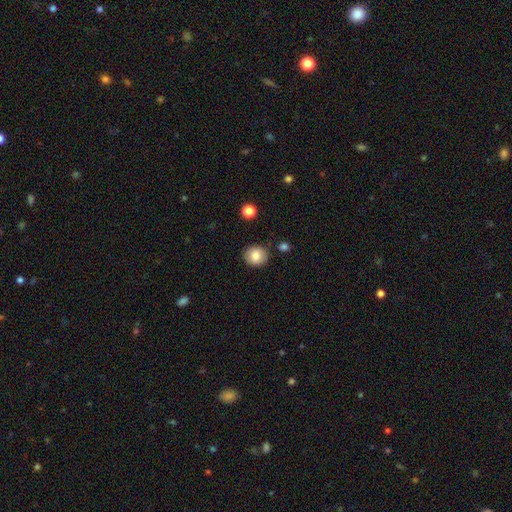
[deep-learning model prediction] A smooth galaxy with no disk features (84%) that is round (86%).

Vote fractions:
- Smooth or featured? smooth: 84% / star or artifact: 9% / featured or disk: 7%
- How rounded? round: 86% / in between: 13% / cigar-shaped: 1%
- Merging? none: 86% / minor disturbance: 9% / merger: 3% / major disturbance: 2%